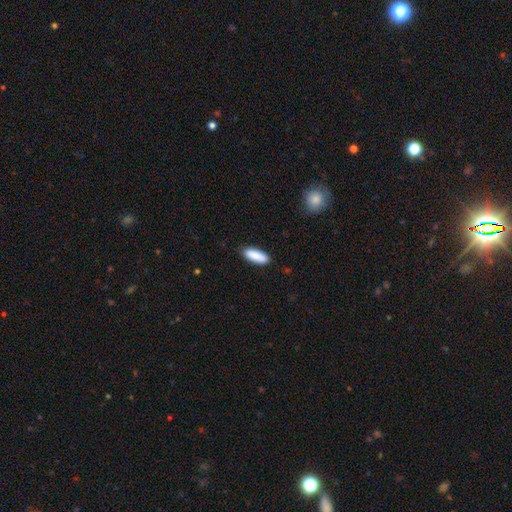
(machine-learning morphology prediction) Overall: smooth (88%). How rounded: in between (60%; cigar-shaped 38%). Merging: none (86%).